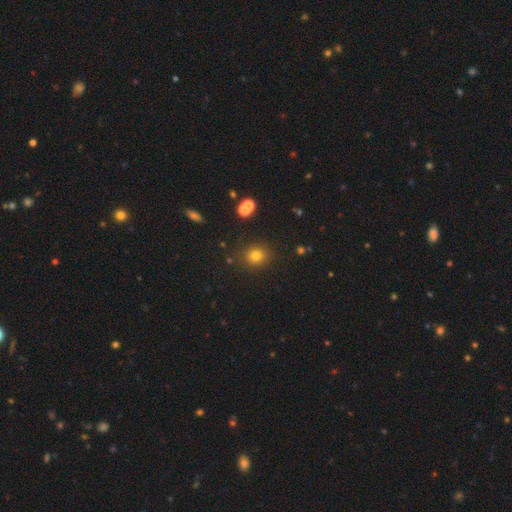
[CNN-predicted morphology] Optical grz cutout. It shows a smooth galaxy with no disk features (77%) that is round (80%). Merging: none (85%).